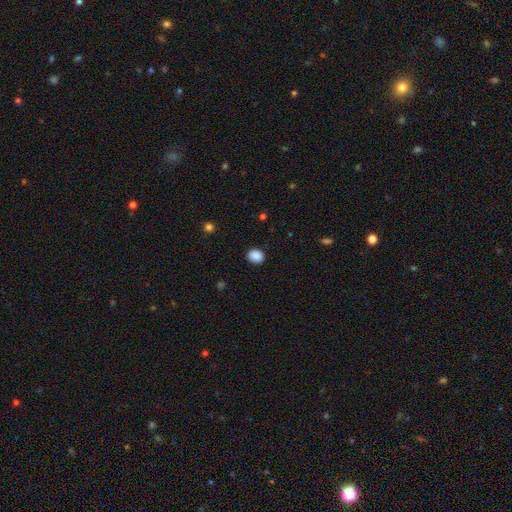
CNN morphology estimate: This appears to be a smooth galaxy with no disk features (88%) that is round (64%). Merging: none (89%).